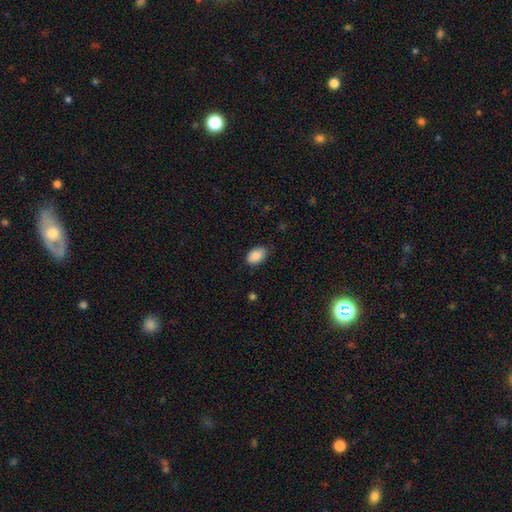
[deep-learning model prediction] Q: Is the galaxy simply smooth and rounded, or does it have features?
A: smooth — 89%.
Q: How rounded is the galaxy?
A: in between — 89%.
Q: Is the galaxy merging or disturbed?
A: none — 77%.